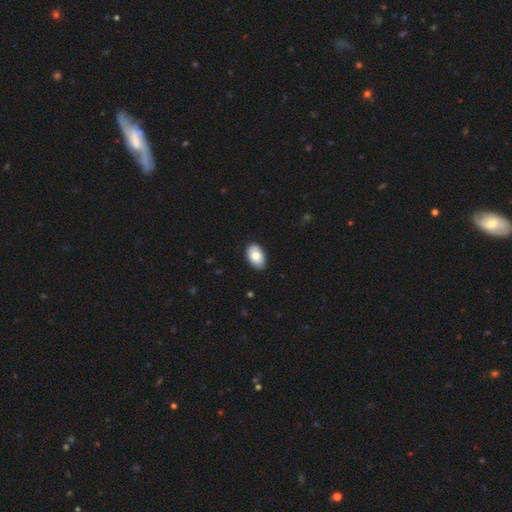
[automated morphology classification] Overall: smooth (83%). How rounded: in between (93%). Merging: none (86%).